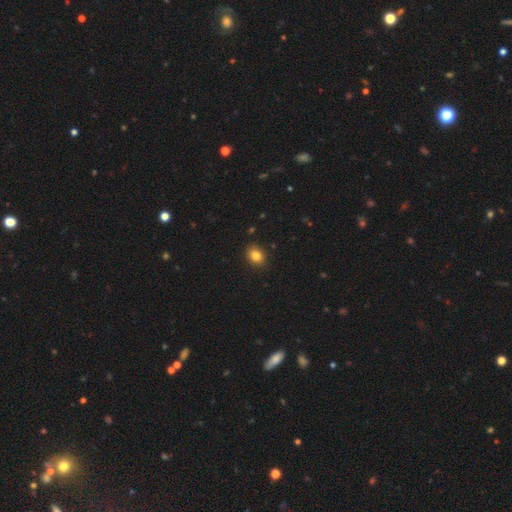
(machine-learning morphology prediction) smooth_or_featured: smooth (p=0.84) [alt: star or artifact p=0.10]
how_rounded: in between (p=0.59) [alt: round p=0.40]
merging: none (p=0.88) [alt: minor disturbance p=0.09]